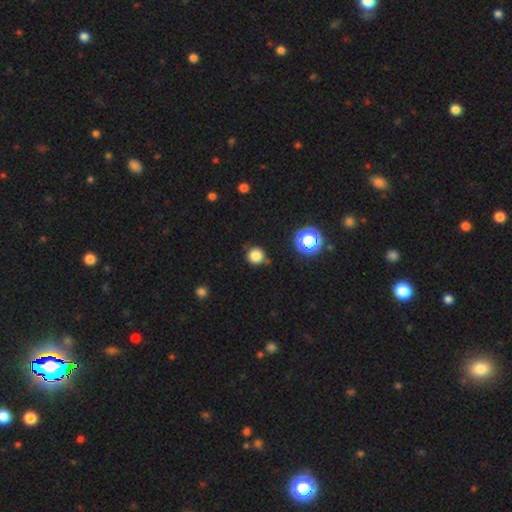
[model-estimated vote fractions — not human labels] Smooth or featured? smooth (82%)
How rounded? round (94%)
Merging? none (83%)